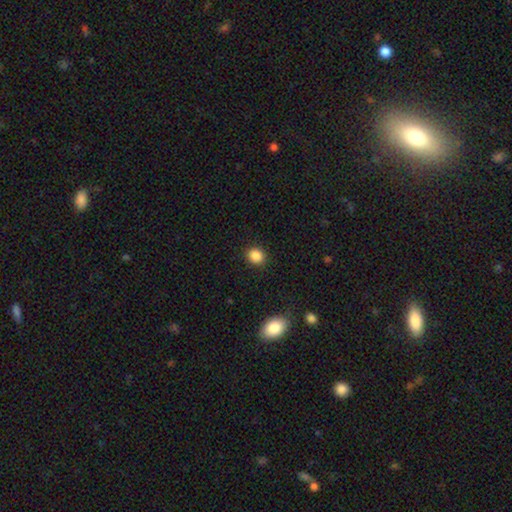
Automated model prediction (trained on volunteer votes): smooth_or_featured: smooth (p=0.87) [alt: star or artifact p=0.10]
how_rounded: round (p=0.71) [alt: in between p=0.28]
merging: none (p=0.90) [alt: minor disturbance p=0.07]